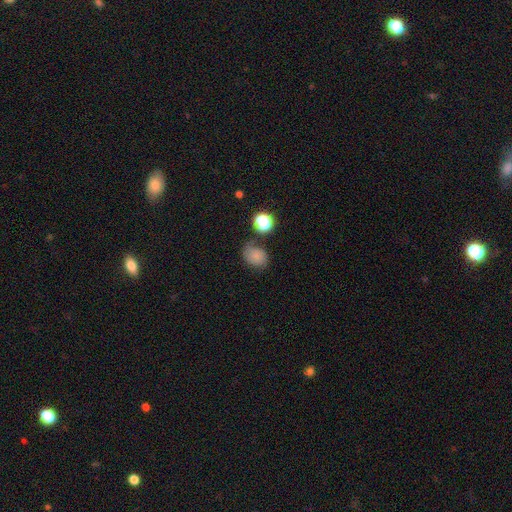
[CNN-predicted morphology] Q: Smooth or featured?
A: smooth (68%); runner-up: featured or disk (17%)
Q: How rounded?
A: round (50%); runner-up: in between (49%)
Q: Merging?
A: none (58%); runner-up: minor disturbance (24%)